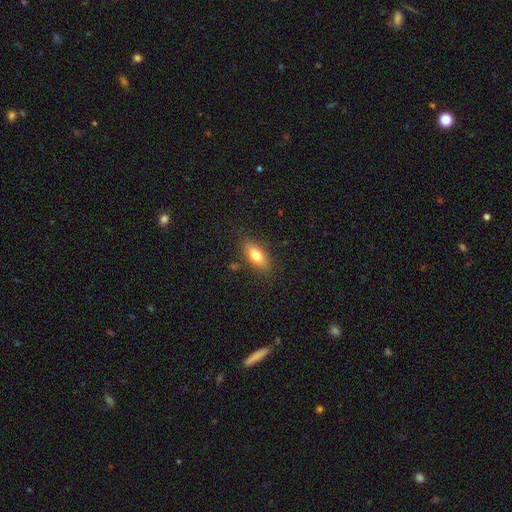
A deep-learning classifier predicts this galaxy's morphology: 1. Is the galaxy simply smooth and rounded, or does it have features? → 73% smooth, 19% featured or disk, 8% star or artifact.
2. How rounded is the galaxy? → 78% in between, 17% cigar-shaped, 5% round.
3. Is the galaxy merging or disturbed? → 83% none, 12% minor disturbance, 3% major disturbance, 2% merger.